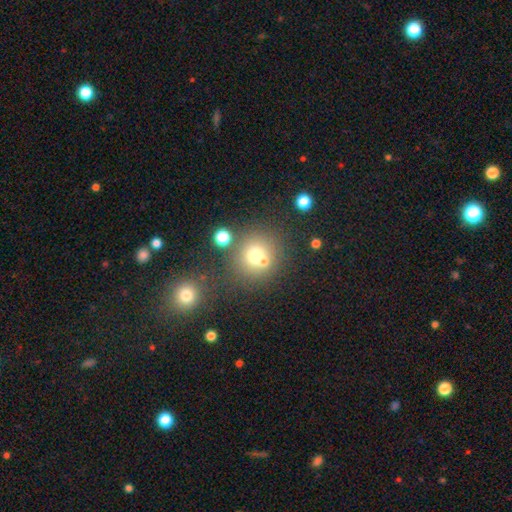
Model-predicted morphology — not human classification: type=smooth (67%); roundness=round (89%); merging=none (61%).